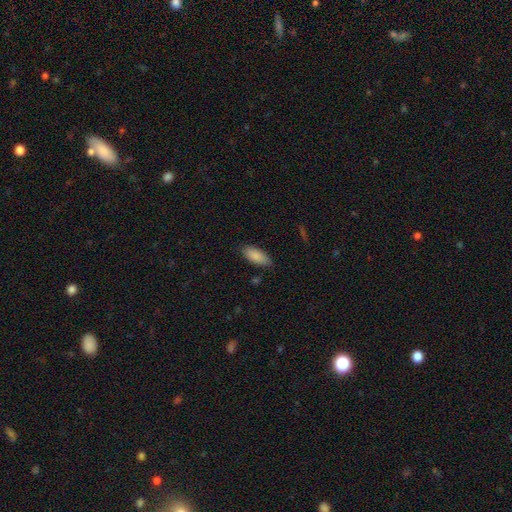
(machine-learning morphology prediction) This appears to be a smooth galaxy with no disk features (87%) that is in between round and cigar-shaped (86%). Merging: none (82%).